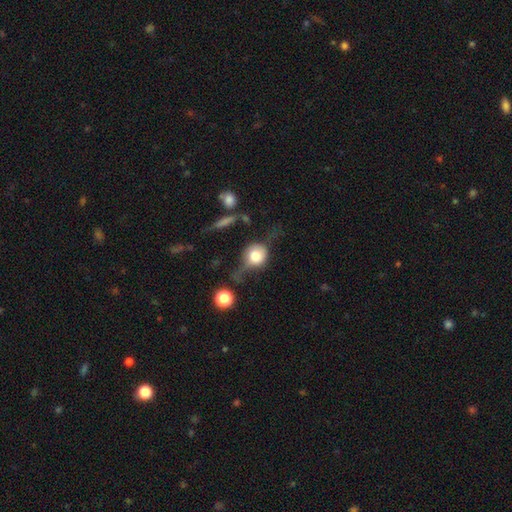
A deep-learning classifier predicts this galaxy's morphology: type=smooth (58%); roundness=round (77%); merging=none (40%).